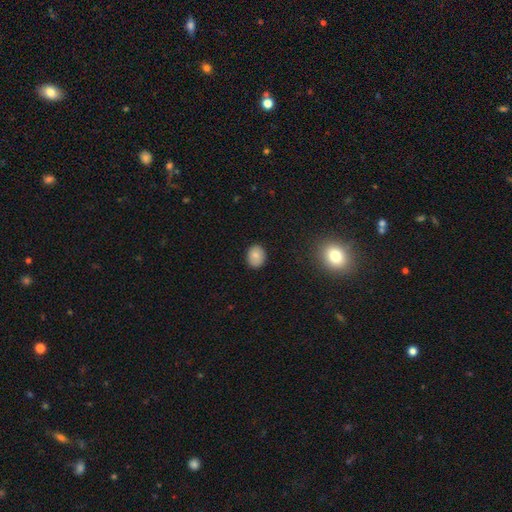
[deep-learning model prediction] Overall: smooth (81%). How rounded: round (55%; in between 44%). Merging: none (87%).